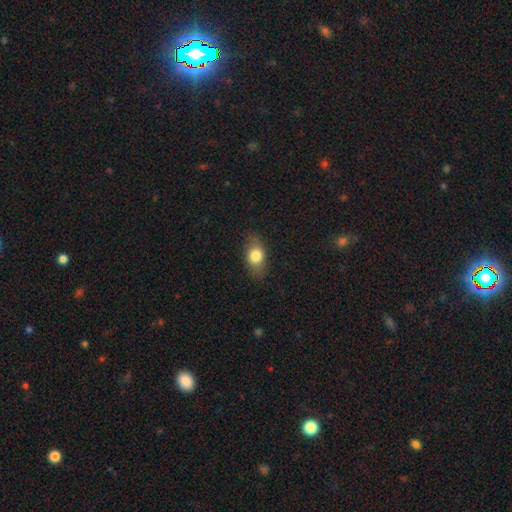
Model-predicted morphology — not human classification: The model was most divided on "how rounded": in between: 77%, round: 19%, cigar-shaped: 4%. More confident: merging — none (80%); smooth or featured — smooth (78%).